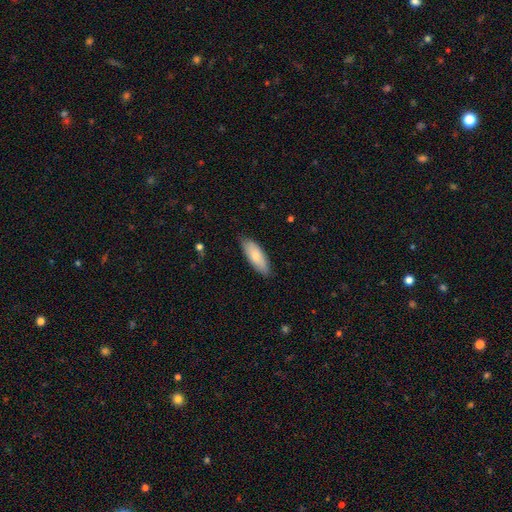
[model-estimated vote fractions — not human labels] This appears to be a smooth galaxy with no disk features (78%) that is in between round and cigar-shaped (70%). Merging: none (82%).